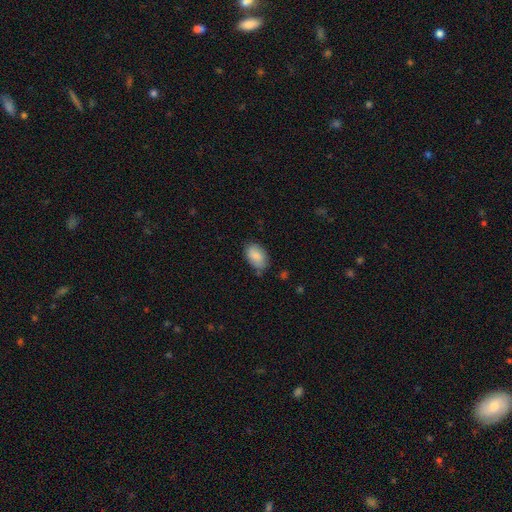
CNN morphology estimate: Smooth or featured? smooth (86%)
How rounded? in between (90%)
Merging? none (71%)